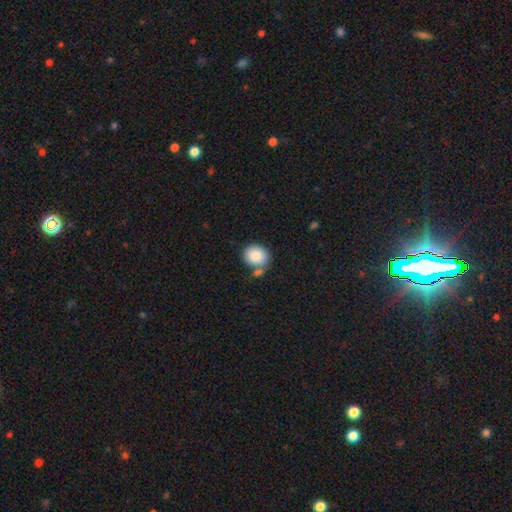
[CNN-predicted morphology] Overall: smooth (86%). How rounded: round (64%; in between 35%). Merging: none (63%).